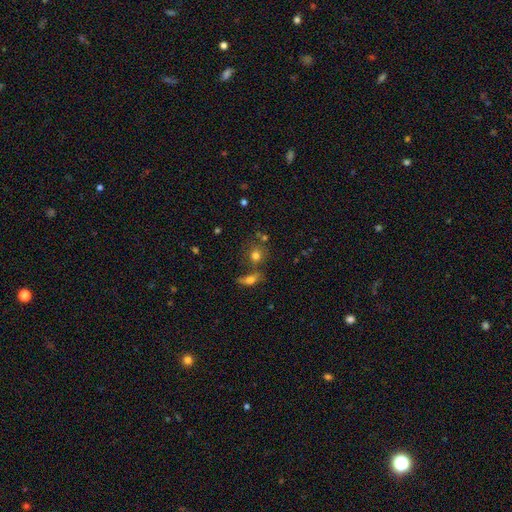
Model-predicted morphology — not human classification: smooth_or_featured: smooth (p=0.73) [alt: star or artifact p=0.14]
how_rounded: round (p=0.76) [alt: in between p=0.22]
merging: none (p=0.56) [alt: merger p=0.27]